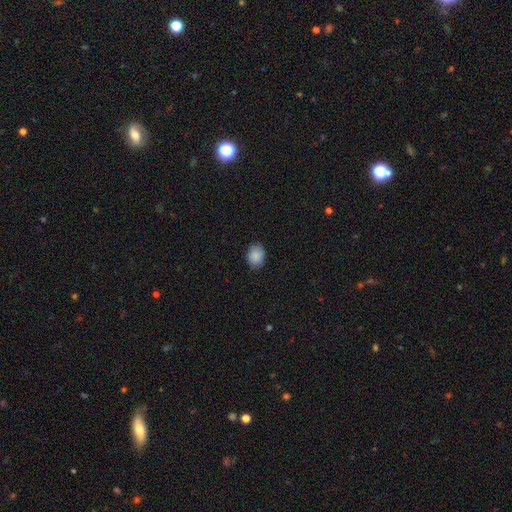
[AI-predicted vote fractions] Smooth or featured? Predicted: smooth (p=0.88). How rounded? Predicted: in between (p=0.53). Merging? Predicted: none (p=0.83).